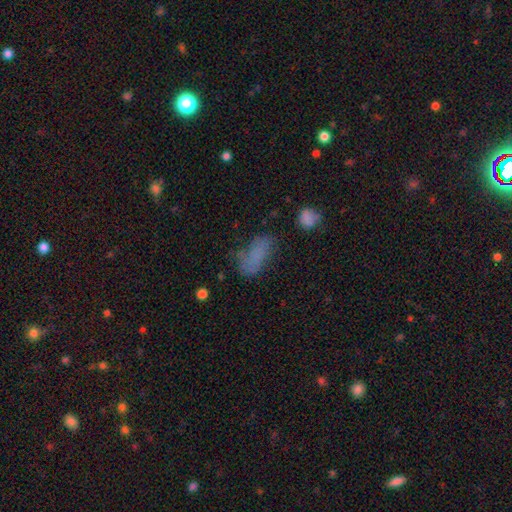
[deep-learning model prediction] Smooth or featured? smooth (69%)
How rounded? in between (85%)
Merging? none (45%)